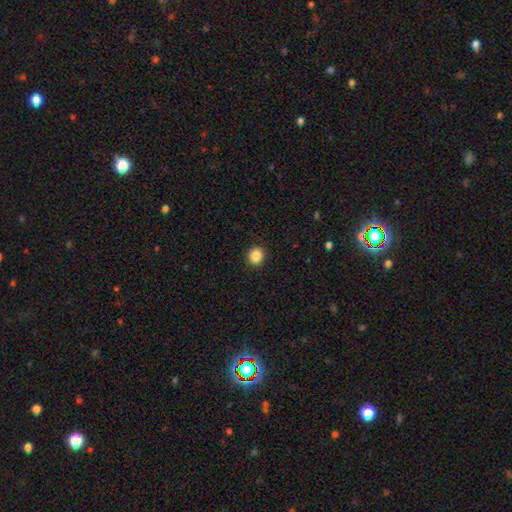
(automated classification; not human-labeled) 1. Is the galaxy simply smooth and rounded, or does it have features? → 87% smooth, 10% star or artifact, 3% featured or disk.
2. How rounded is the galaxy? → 84% round, 15% in between, 1% cigar-shaped.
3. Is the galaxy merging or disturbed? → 92% none, 5% minor disturbance, 2% major disturbance, 1% merger.